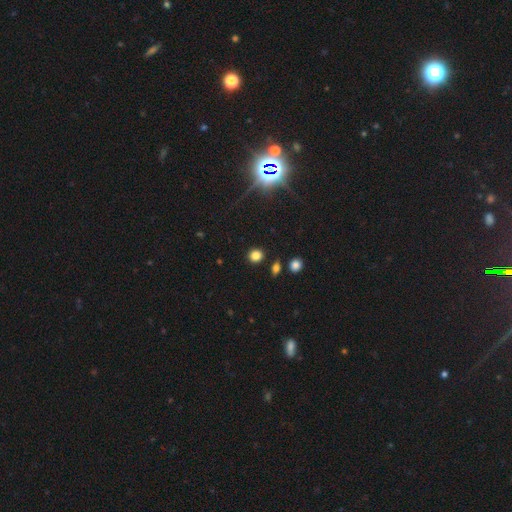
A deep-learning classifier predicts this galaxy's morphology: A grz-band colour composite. It shows a smooth galaxy with no disk features (81%) that is round (80%). Merging: none (86%).